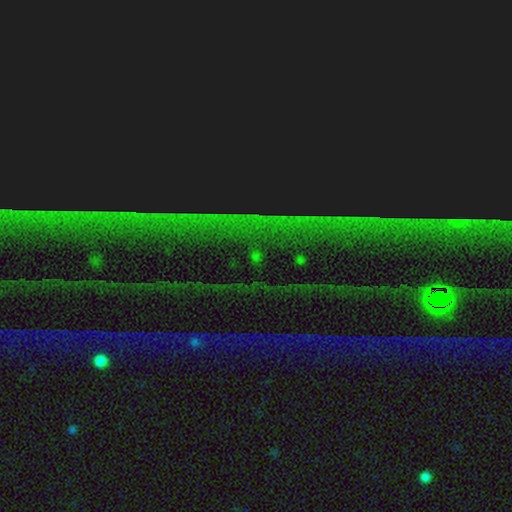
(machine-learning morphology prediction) Q: Smooth or featured?
A: star or artifact (78%); runner-up: featured or disk (12%)